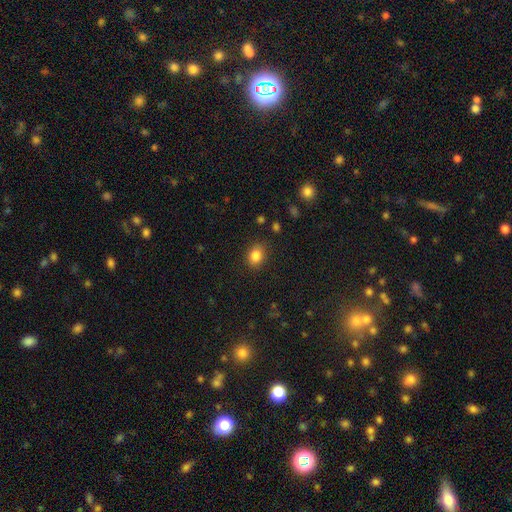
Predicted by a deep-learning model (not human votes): A smooth galaxy with no disk features (85%) that is in between round and cigar-shaped (58%). Merging: none (84%).